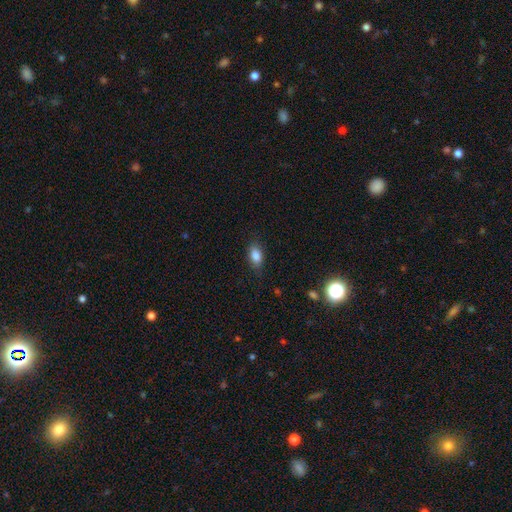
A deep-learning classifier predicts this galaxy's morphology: smooth_or_featured: smooth (p=0.84) [alt: star or artifact p=0.09]
how_rounded: in between (p=0.86) [alt: round p=0.11]
merging: none (p=0.81) [alt: minor disturbance p=0.14]